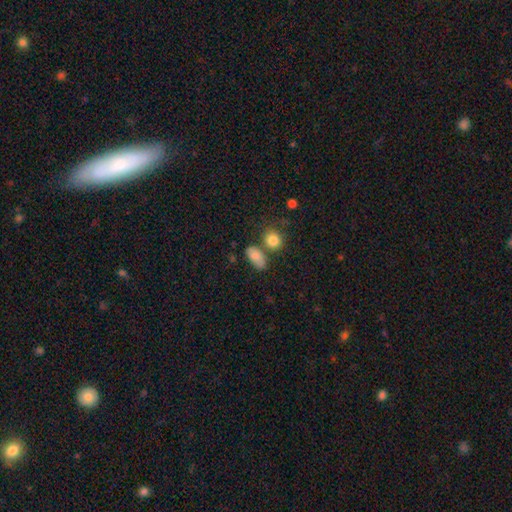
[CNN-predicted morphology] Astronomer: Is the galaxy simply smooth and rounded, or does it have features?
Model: smooth — 81%.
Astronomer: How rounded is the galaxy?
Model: in between — 82%.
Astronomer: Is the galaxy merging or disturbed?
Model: none — 55%.